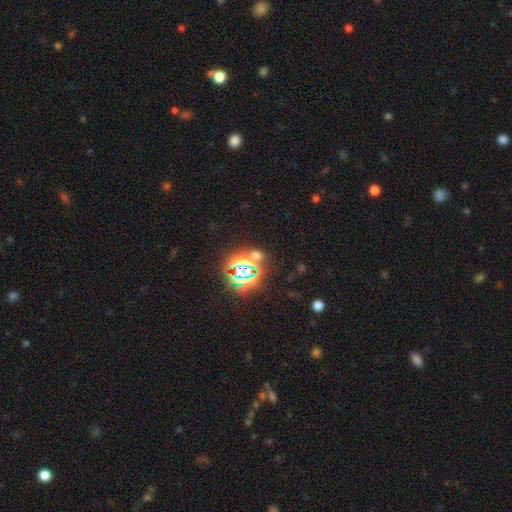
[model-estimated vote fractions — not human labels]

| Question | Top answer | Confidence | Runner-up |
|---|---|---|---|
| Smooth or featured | star or artifact | 64% | smooth (28%) |